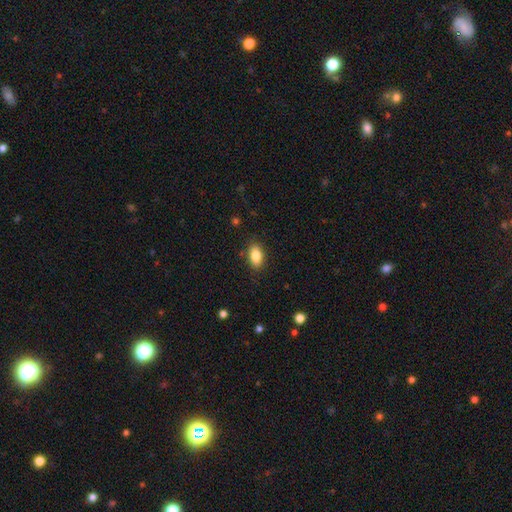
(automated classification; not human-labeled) smooth_or_featured: smooth (p=0.86) [alt: star or artifact p=0.08]
how_rounded: in between (p=0.89) [alt: round p=0.07]
merging: none (p=0.86) [alt: minor disturbance p=0.10]